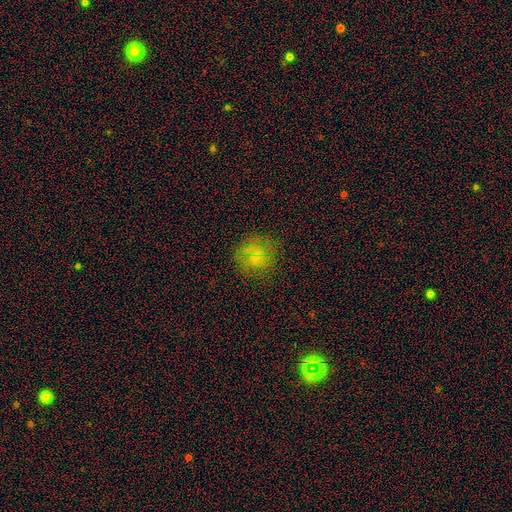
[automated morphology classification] smooth-or-featured: smooth: 58% | featured or disk: 23% | star or artifact: 19%
  how-rounded: round: 86% | in between: 13% | cigar-shaped: 1%
  merging: none: 73% | minor disturbance: 16% | major disturbance: 8% | merger: 2%